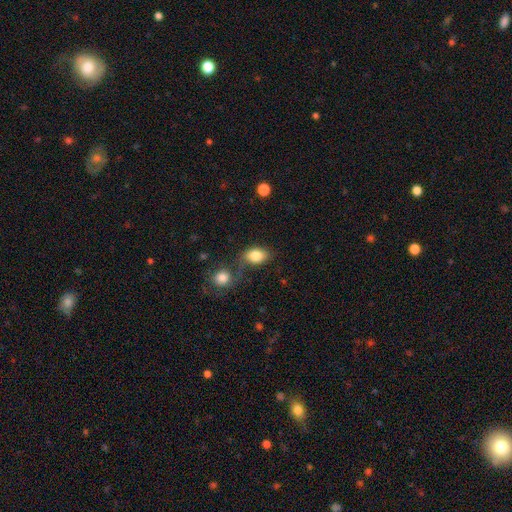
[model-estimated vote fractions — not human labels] Overall: smooth (83%). How rounded: in between (81%). Merging: none (57%; minor disturbance 19%).